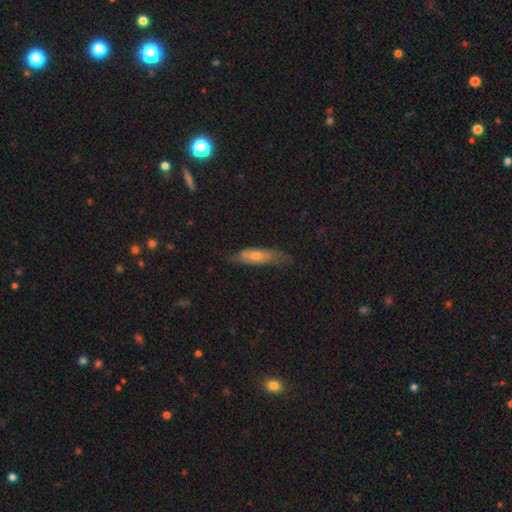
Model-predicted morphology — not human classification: A smooth galaxy with no disk features (55%) that is cigar-shaped (53%). Merging: none (61%).